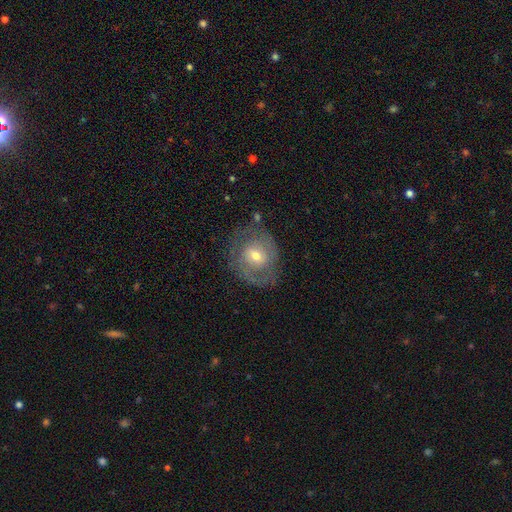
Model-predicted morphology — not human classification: smooth_or_featured: featured or disk (p=0.61) [alt: smooth p=0.32]
disk_edge_on: no (p=0.96) [alt: yes p=0.04]
bar: no (p=0.55) [alt: weak p=0.36]
has_spiral_arms: yes (p=0.62) [alt: no p=0.38]
bulge_size: moderate (p=0.61) [alt: small p=0.33]
merging: none (p=0.68) [alt: minor disturbance p=0.20]